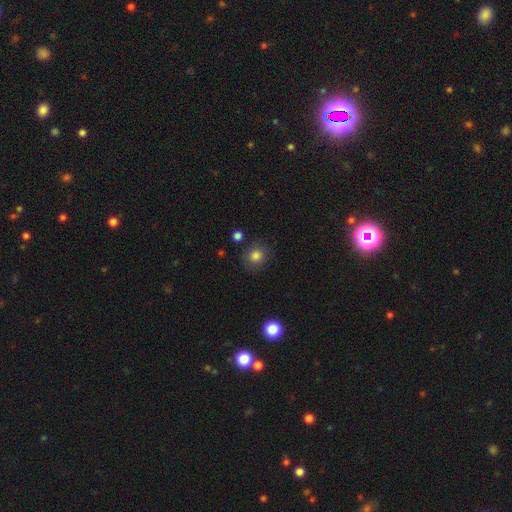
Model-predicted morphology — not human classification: Overall: smooth (82%). How rounded: round (83%). Merging: none (83%).